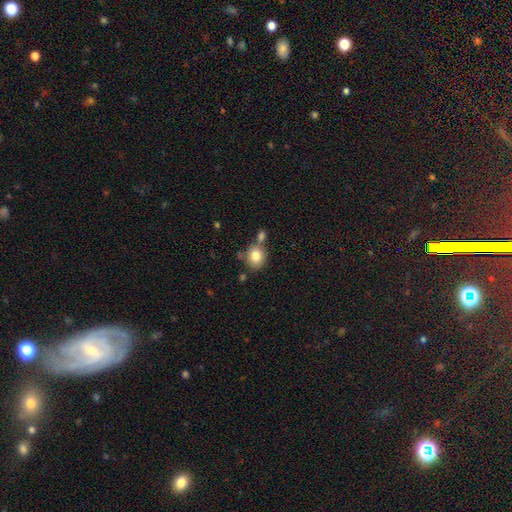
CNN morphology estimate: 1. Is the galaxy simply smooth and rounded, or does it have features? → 81% smooth, 9% star or artifact, 9% featured or disk.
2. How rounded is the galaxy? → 74% round, 25% in between, 1% cigar-shaped.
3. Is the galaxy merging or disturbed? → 60% none, 24% merger, 13% minor disturbance, 4% major disturbance.